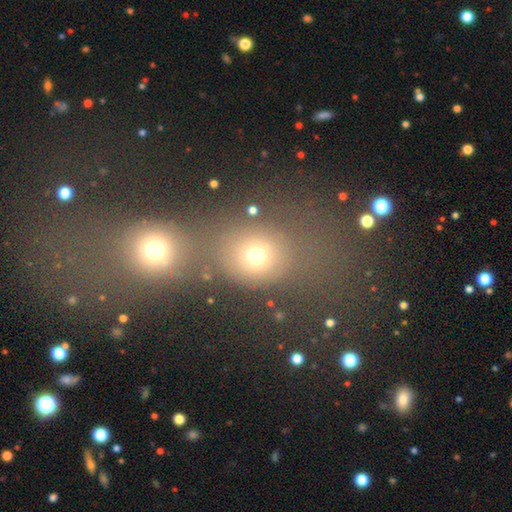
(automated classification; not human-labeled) Smooth or featured: smooth — 69% (star or artifact — 18%)
How rounded: round — 59% (in between — 38%)
Merging: none — 50% (merger — 23%)